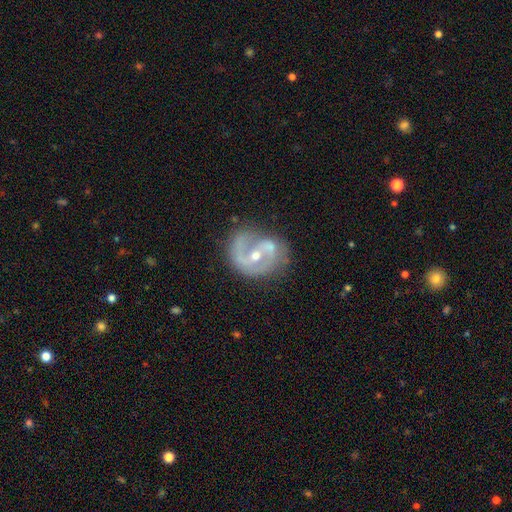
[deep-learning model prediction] This is clearly a featured or disk galaxy (85%). It is clearly not viewed edge-on (97%). Bar: marginally weak (41%). Spiral arm pattern: clearly yes (90%). Spiral arm count: likely 2 (74%). Spiral winding: possibly medium (50%). Central bulge: possibly moderate (54%). Merging: possibly none (58%).